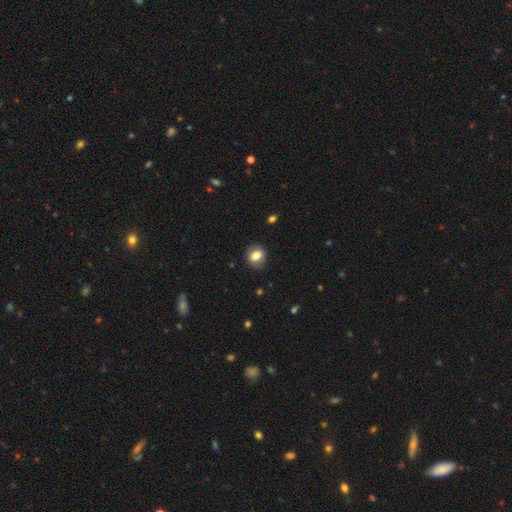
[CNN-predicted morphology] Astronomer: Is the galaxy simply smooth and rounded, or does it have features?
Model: smooth — 80%.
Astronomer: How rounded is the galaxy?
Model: round — 59% (runner-up: in between, 40%).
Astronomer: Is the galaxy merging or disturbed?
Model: none — 85%.